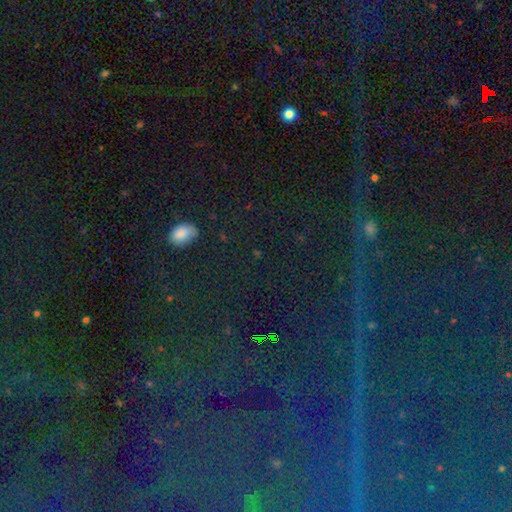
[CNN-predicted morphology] Overall: star or artifact (69%).